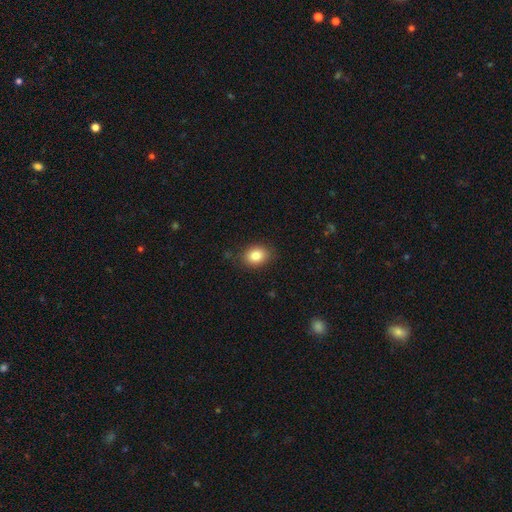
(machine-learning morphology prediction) Smooth or featured?
  - smooth: 83% *
  - star or artifact: 9%
  - featured or disk: 7%
How rounded?
  - in between: 57% *
  - round: 42%
  - cigar-shaped: 1%
Merging?
  - none: 86% *
  - minor disturbance: 10%
  - major disturbance: 3%
  - merger: 1%